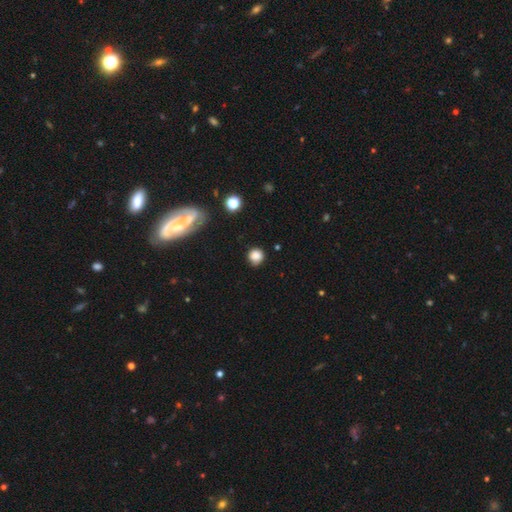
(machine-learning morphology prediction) A smooth galaxy with no disk features (82%) that is round (88%). Merging: none (77%).